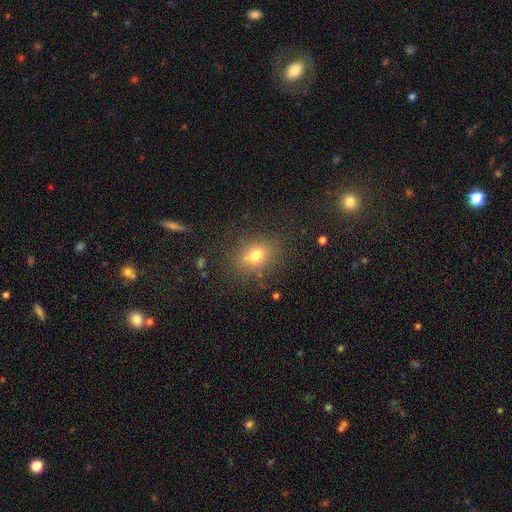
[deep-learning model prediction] Q: Smooth or featured?
A: smooth (74%); runner-up: star or artifact (14%)
Q: How rounded?
A: in between (51%); runner-up: round (47%)
Q: Merging?
A: none (78%); runner-up: minor disturbance (13%)